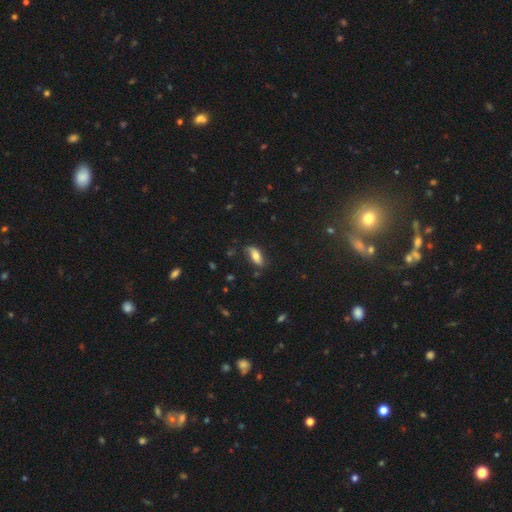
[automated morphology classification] Overall: smooth (65%; featured or disk 27%). How rounded: in between (76%). Merging: none (68%).